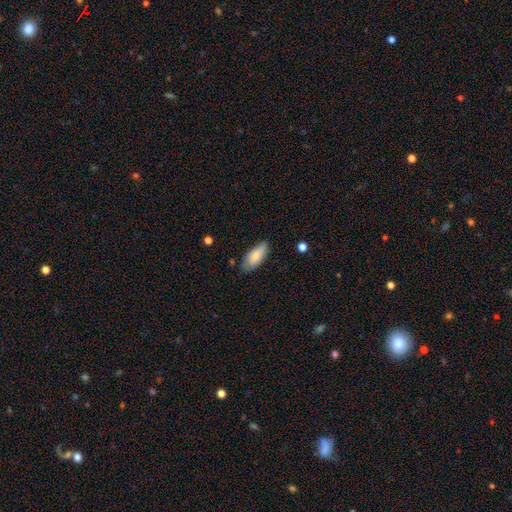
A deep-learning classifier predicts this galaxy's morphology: This is likely a smooth galaxy (79%). How rounded: clearly in between (82%). Merging: likely none (72%).